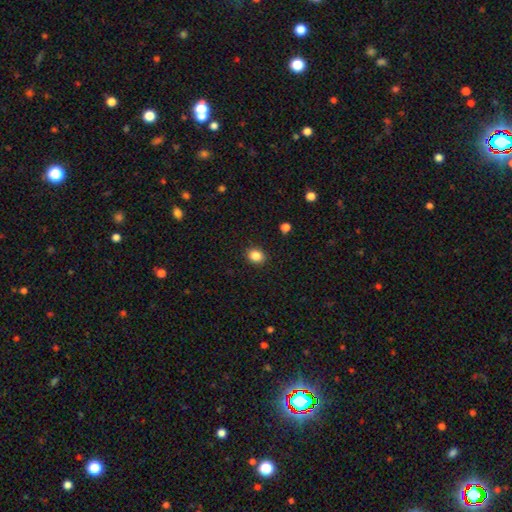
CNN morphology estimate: Smooth or featured? Predicted: smooth (p=0.86). How rounded? Predicted: round (p=0.63). Merging? Predicted: none (p=0.90).